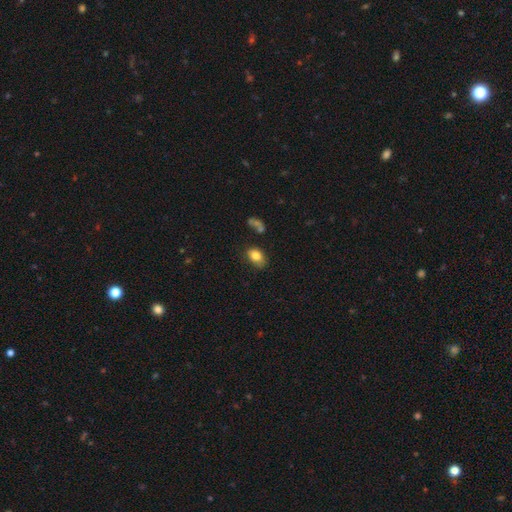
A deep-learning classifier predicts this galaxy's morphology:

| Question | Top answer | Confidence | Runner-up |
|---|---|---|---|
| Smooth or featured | smooth | 82% | featured or disk (9%) |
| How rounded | in between | 84% | round (15%) |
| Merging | none | 67% | minor disturbance (22%) |